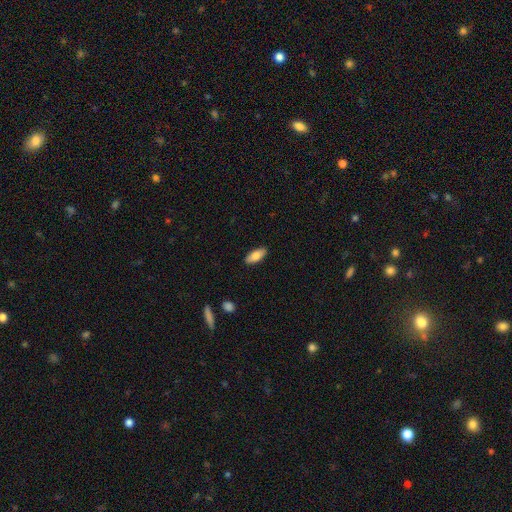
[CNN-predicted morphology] Smooth or featured? Predicted: smooth (p=0.80). How rounded? Predicted: in between (p=0.83). Merging? Predicted: none (p=0.89).